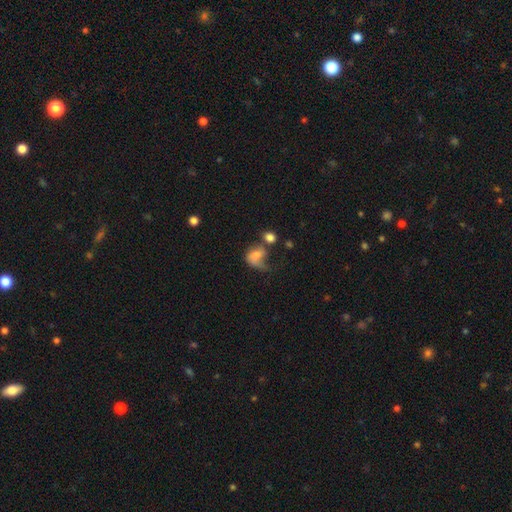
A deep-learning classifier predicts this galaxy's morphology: This appears to be a smooth galaxy with no disk features (60%) that is in between round and cigar-shaped (70%). Merging: major disturbance (39%).